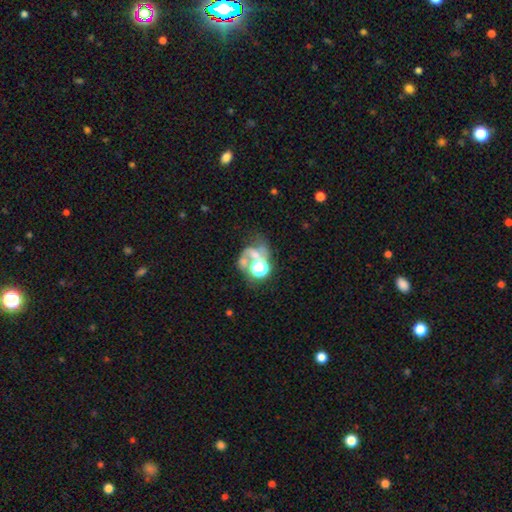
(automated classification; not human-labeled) smooth-or-featured: featured or disk: 37% | star or artifact: 33% | smooth: 29%
  merging: merger: 32% | none: 31% | major disturbance: 24% | minor disturbance: 12%